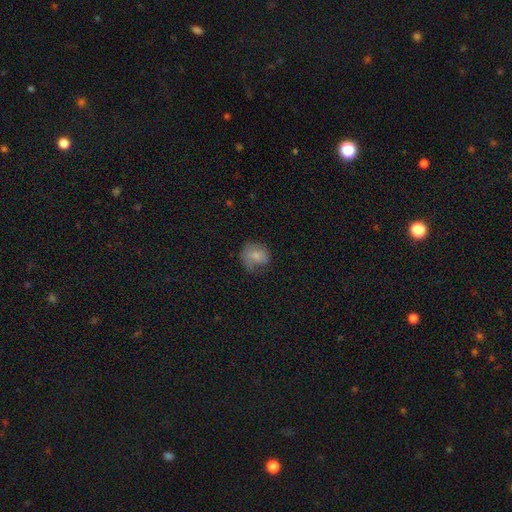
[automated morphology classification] This is likely a smooth galaxy (67%). How rounded: likely round (72%). Merging: possibly none (52%).